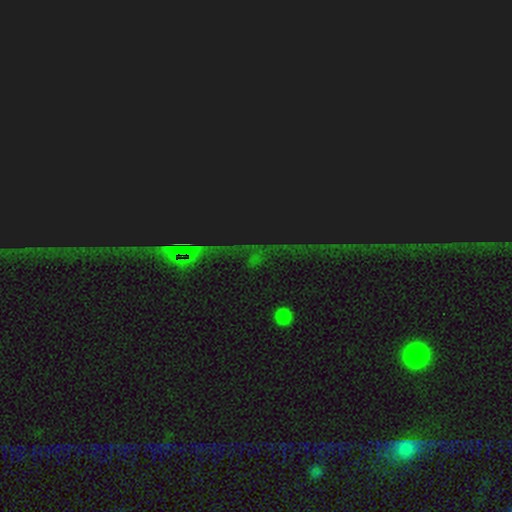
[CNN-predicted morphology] The model was most divided on "smooth or featured": star or artifact: 74%, smooth: 14%, featured or disk: 12%.